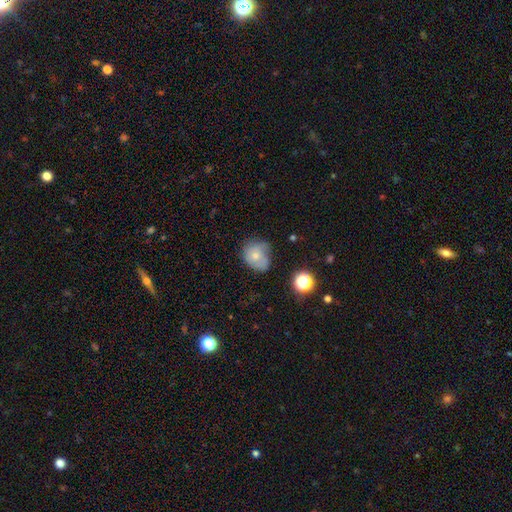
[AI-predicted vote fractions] Overall: smooth (66%). How rounded: round (59%; in between 40%). Merging: none (39%; minor disturbance 38%).